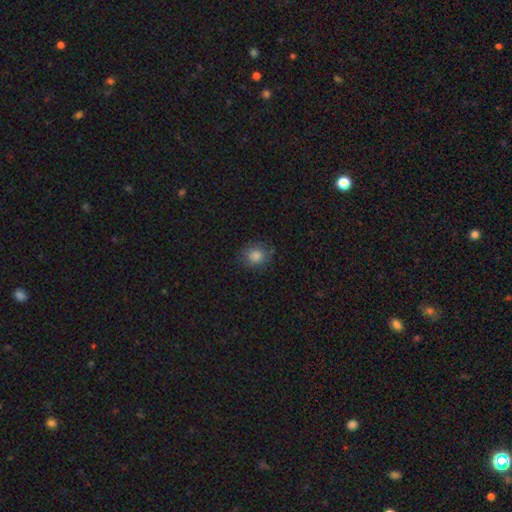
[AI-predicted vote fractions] This appears to be a smooth galaxy with no disk features (82%) that is round (71%). Merging: none (81%).